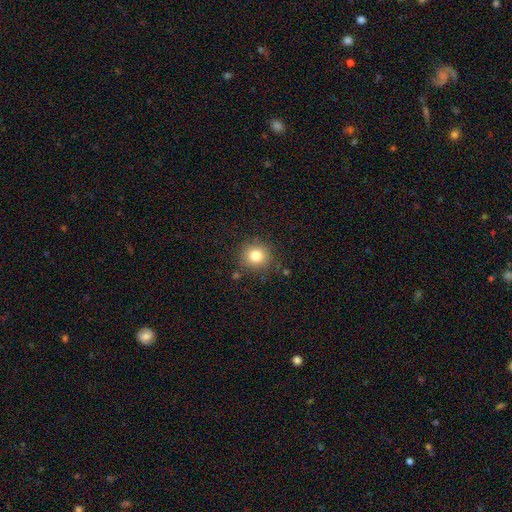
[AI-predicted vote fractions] smooth_or_featured: smooth (p=0.80) [alt: star or artifact p=0.12]
how_rounded: round (p=0.90) [alt: in between p=0.09]
merging: none (p=0.85) [alt: minor disturbance p=0.10]